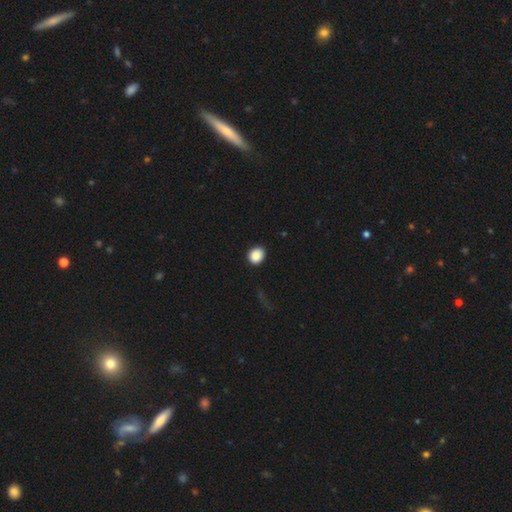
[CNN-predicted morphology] Smooth or featured?
  - smooth: 88% *
  - star or artifact: 9%
  - featured or disk: 4%
How rounded?
  - round: 66% *
  - in between: 33%
  - cigar-shaped: 1%
Merging?
  - none: 88% *
  - minor disturbance: 9%
  - major disturbance: 2%
  - merger: 1%